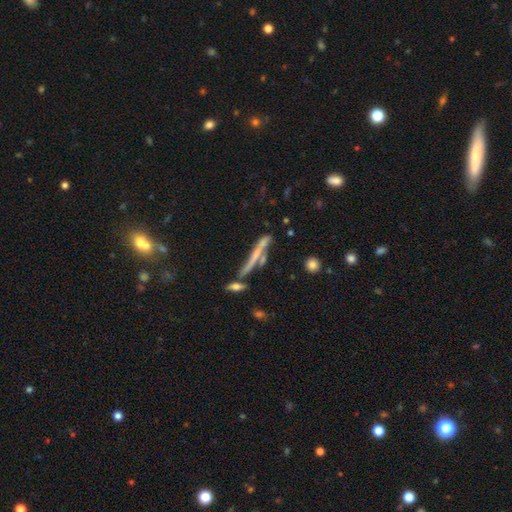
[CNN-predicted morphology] The model was most divided on "smooth or featured": featured or disk: 52%, smooth: 39%, star or artifact: 9%. More confident: edge-on disk — yes (87%); merging — none (55%).